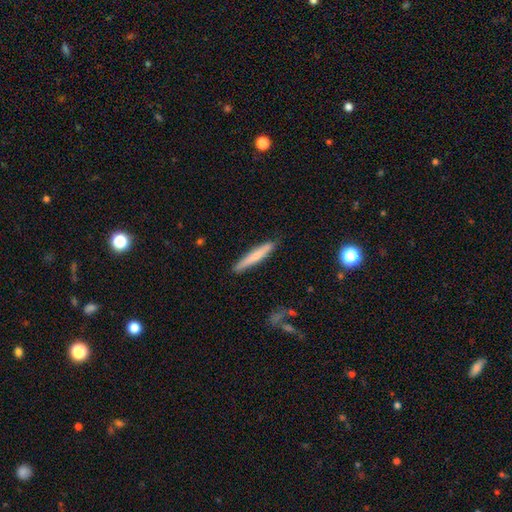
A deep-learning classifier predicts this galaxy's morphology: Smooth or featured? smooth (69%)
How rounded? cigar-shaped (94%)
Merging? none (88%)